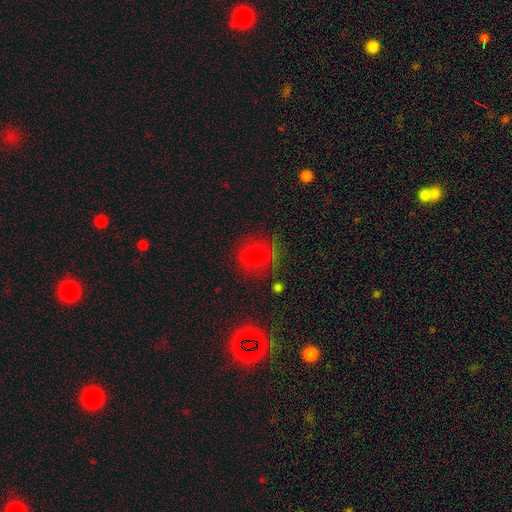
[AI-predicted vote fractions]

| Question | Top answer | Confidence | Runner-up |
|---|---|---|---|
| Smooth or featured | smooth | 61% | featured or disk (22%) |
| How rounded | round | 50% | in between (47%) |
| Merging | none | 64% | minor disturbance (20%) |